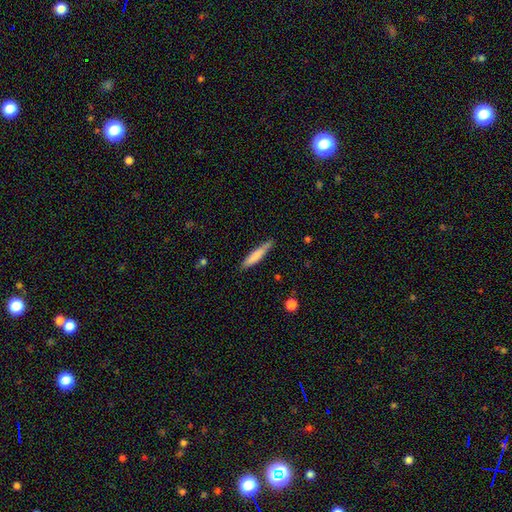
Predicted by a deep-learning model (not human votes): A smooth galaxy with no disk features (73%) that is cigar-shaped (89%). Merging: none (81%).